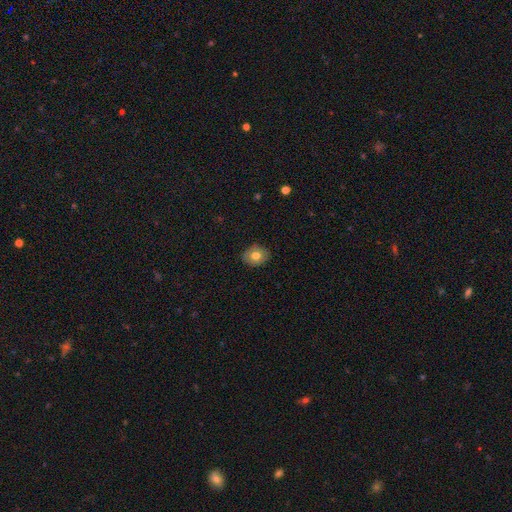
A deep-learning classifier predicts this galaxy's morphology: smooth_or_featured: smooth (p=0.67) [alt: featured or disk p=0.24]
how_rounded: round (p=0.53) [alt: in between p=0.46]
merging: none (p=0.85) [alt: minor disturbance p=0.11]